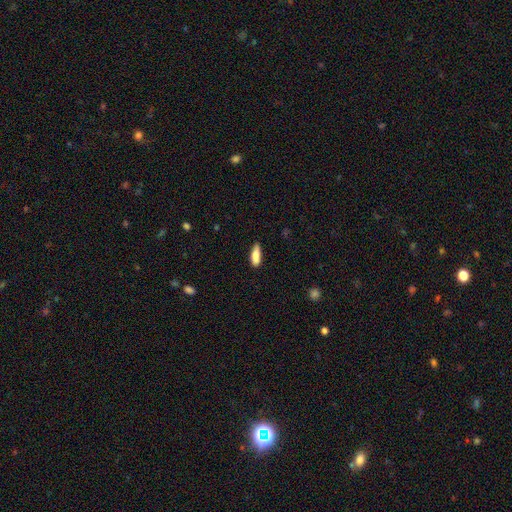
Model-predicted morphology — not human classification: Smooth or featured? smooth (80%)
How rounded? in between (58%)
Merging? none (77%)